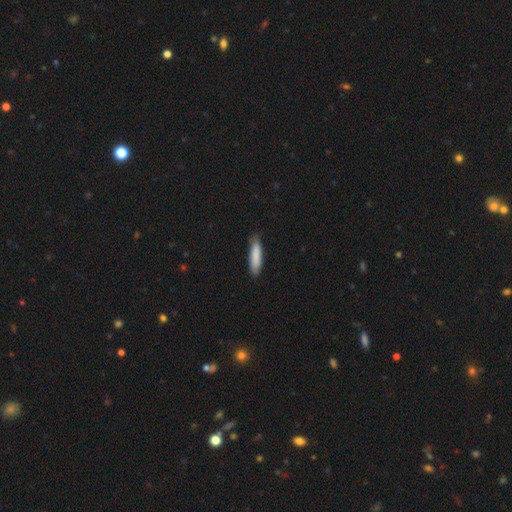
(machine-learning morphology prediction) Smooth or featured?
  - smooth: 86% *
  - featured or disk: 9%
  - star or artifact: 6%
How rounded?
  - cigar-shaped: 79% *
  - in between: 20%
  - round: 1%
Merging?
  - none: 82% *
  - minor disturbance: 14%
  - major disturbance: 2%
  - merger: 1%